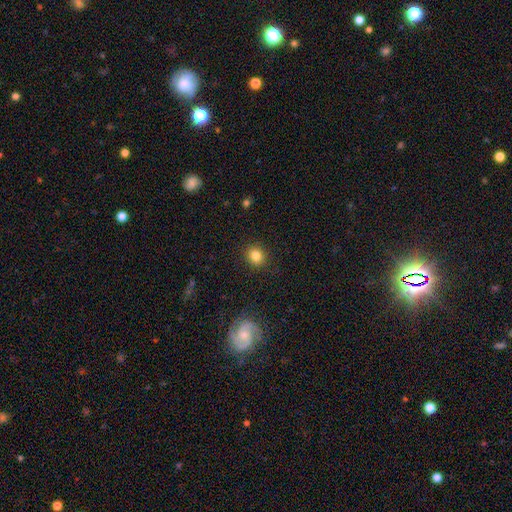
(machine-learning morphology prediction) Smooth or featured? Predicted: smooth (p=0.83). How rounded? Predicted: round (p=0.77). Merging? Predicted: none (p=0.89).